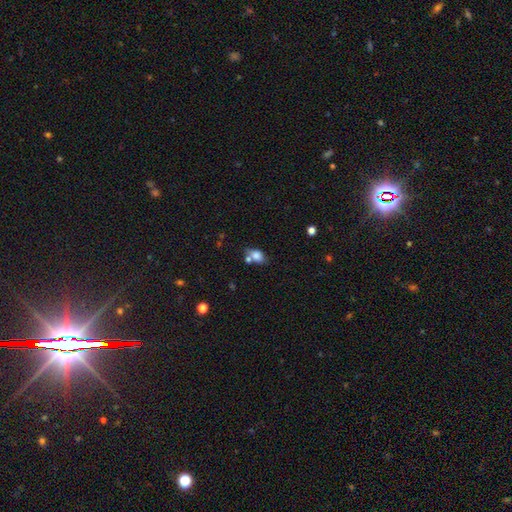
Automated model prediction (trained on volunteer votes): This appears to be a smooth galaxy with no disk features (80%) that is in between round and cigar-shaped (77%). Merging: none (50%).